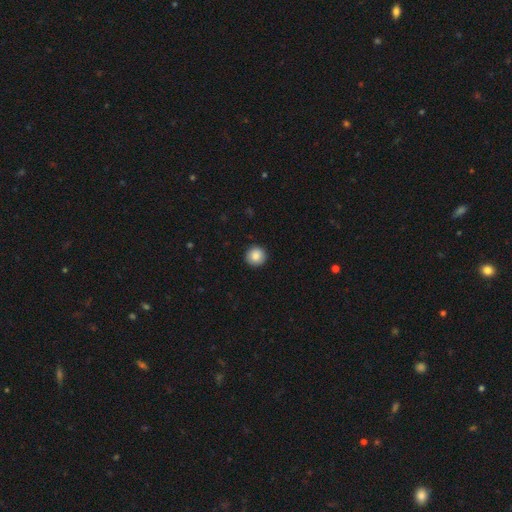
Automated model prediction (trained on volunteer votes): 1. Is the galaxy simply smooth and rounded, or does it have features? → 87% smooth, 8% star or artifact, 5% featured or disk.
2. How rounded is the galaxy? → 95% round, 4% in between, 1% cigar-shaped.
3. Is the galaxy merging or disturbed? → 93% none, 5% minor disturbance, 1% major disturbance, 1% merger.